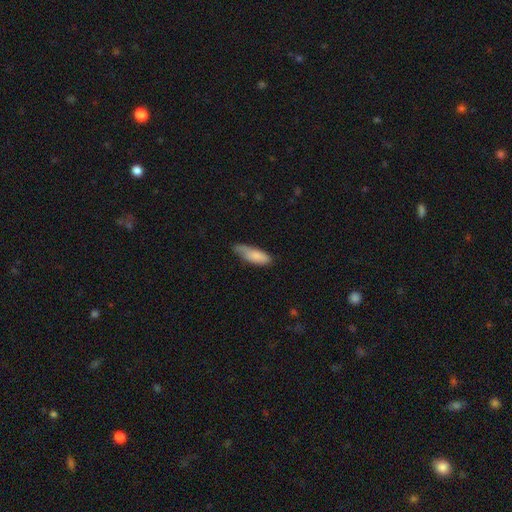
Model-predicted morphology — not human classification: Smooth or featured? Predicted: smooth (p=0.82). How rounded? Predicted: in between (p=0.64). Merging? Predicted: none (p=0.45).